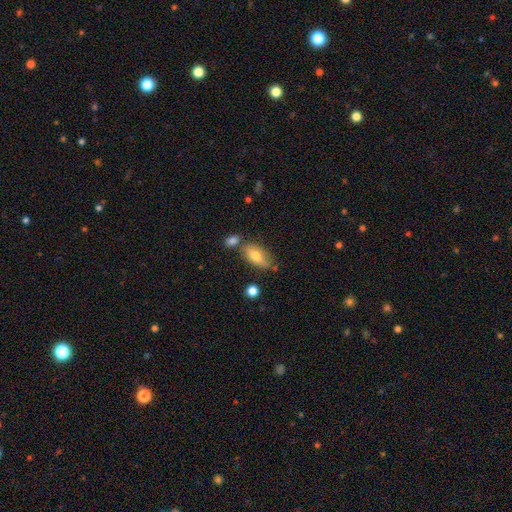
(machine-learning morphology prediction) type=smooth (71%); roundness=in between (82%); merging=none (64%).